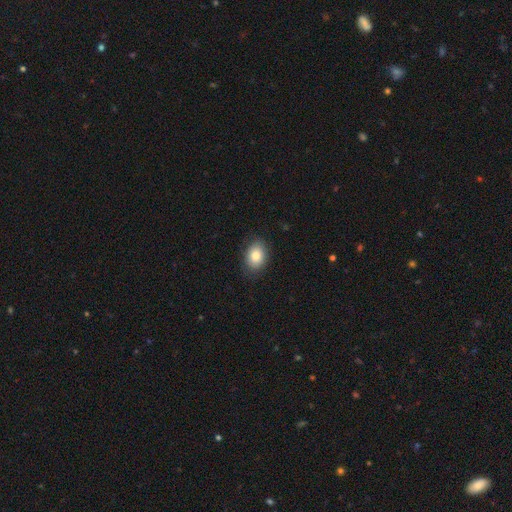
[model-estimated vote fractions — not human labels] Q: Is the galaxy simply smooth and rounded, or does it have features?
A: smooth — 83%.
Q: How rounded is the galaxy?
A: in between — 75%.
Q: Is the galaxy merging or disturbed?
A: none — 85%.